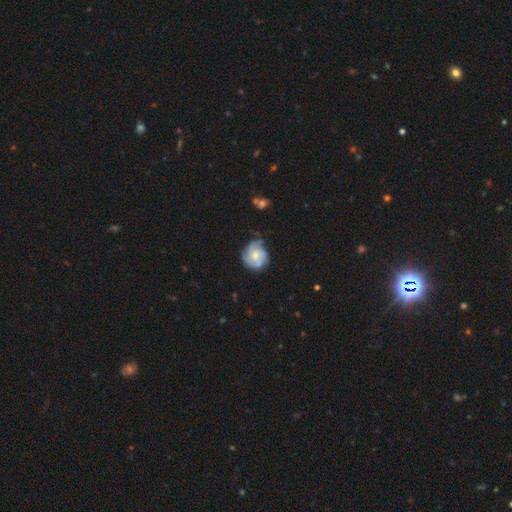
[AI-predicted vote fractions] A featured or disk galaxy (72%) with no bar (78%), 3 (40%) tight (54%) spiral arms (91%) and a small central bulge (49%).

Vote fractions:
- Smooth or featured? featured or disk: 72% / smooth: 21% / star or artifact: 6%
- Edge-on disk? no: 98% / yes: 2%
- Bar? no: 78% / weak: 19% / strong: 3%
- Spiral arms? yes: 91% / no: 9%
- Spiral winding? tight: 54% / medium: 34% / loose: 12%
- Spiral arm count? 3: 40% / can't tell: 22% / 4: 18% / 2: 11% / 1: 5% / more than 4: 5%
- Bulge size? small: 49% / moderate: 45% / none: 3% / large: 2% / dominant: 1%
- Merging? none: 59% / minor disturbance: 27% / major disturbance: 11% / merger: 3%